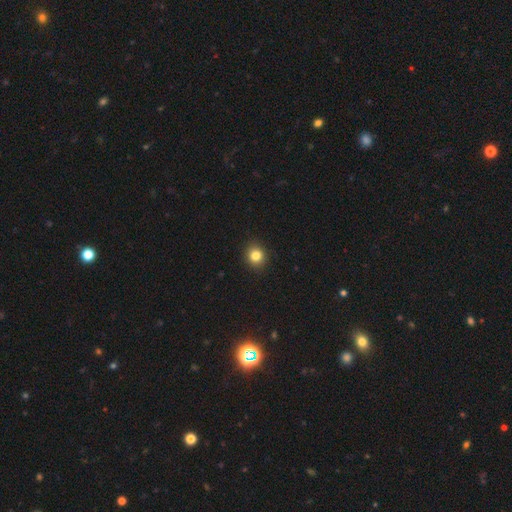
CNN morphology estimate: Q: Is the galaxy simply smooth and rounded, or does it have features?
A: smooth — 83%.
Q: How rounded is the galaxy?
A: round — 82%.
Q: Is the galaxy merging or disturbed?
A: none — 91%.